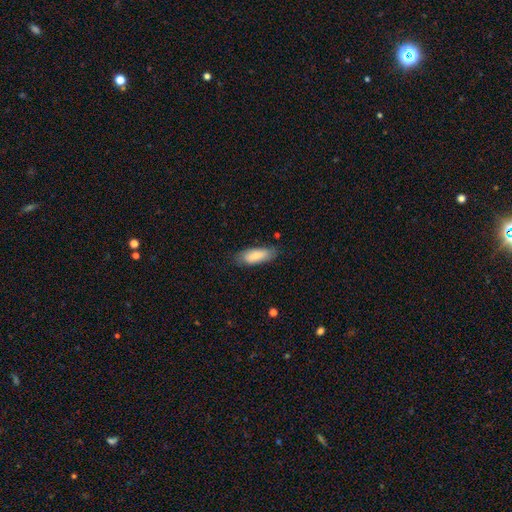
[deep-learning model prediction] A smooth galaxy with no disk features (84%) that is in between round and cigar-shaped (72%).

Vote fractions:
- Smooth or featured? smooth: 84% / featured or disk: 11% / star or artifact: 6%
- How rounded? in between: 72% / cigar-shaped: 26% / round: 2%
- Merging? none: 77% / minor disturbance: 18% / major disturbance: 4% / merger: 1%